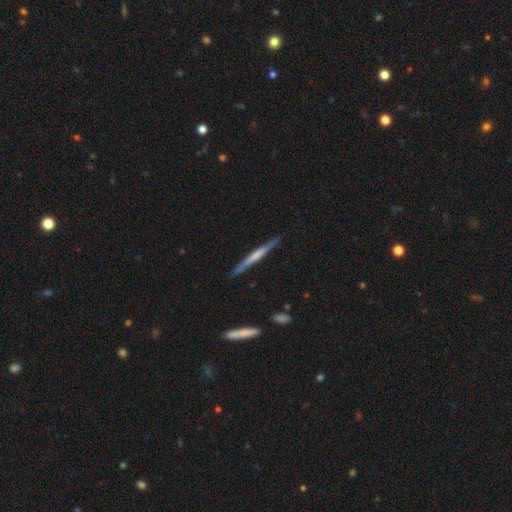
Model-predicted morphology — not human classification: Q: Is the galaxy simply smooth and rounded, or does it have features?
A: featured or disk — 59%.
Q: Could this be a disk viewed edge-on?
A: yes — 97%.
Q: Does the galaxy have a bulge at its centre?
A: none — 51%.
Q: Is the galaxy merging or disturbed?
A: none — 87%.